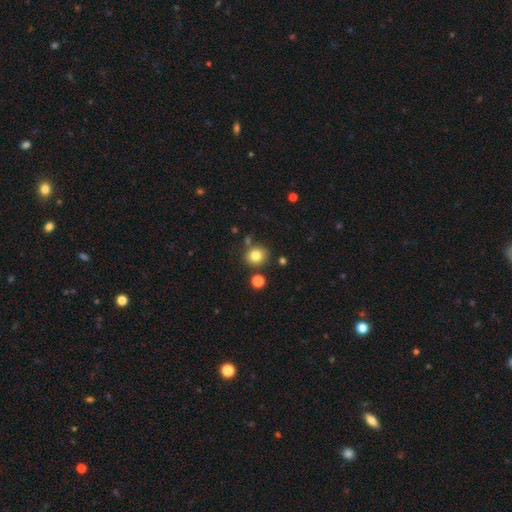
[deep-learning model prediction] Overall: smooth (81%). How rounded: round (82%). Merging: none (80%).